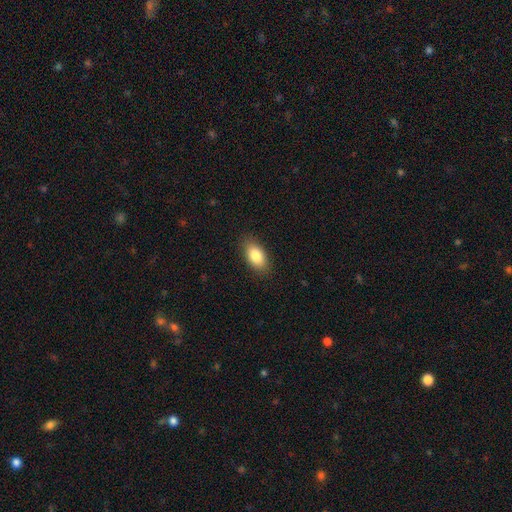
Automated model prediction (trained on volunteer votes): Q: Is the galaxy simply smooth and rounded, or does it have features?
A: smooth — 84%.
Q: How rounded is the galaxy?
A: in between — 91%.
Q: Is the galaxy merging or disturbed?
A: none — 87%.